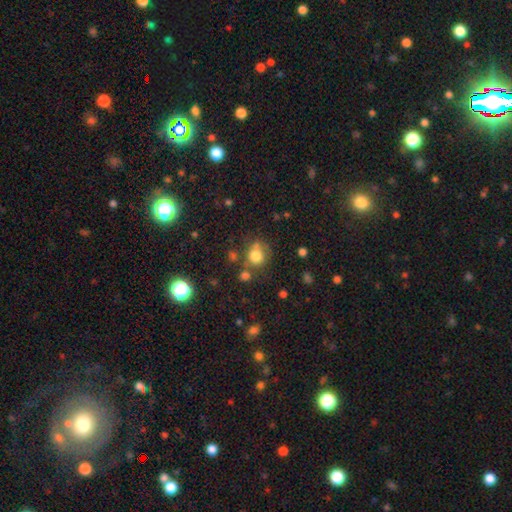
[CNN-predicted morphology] smooth 75%, star or artifact 15%, featured or disk 10%. Down the decision tree: how rounded — round (76%); merging — none (56%).